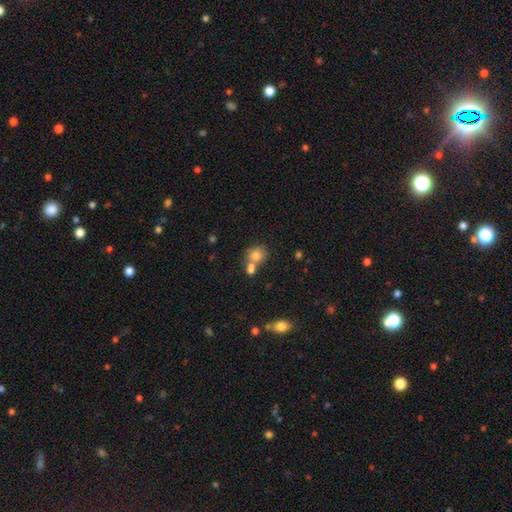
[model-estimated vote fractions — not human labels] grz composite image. It shows a smooth galaxy with no disk features (79%) that is round (70%). Merging: none (45%).